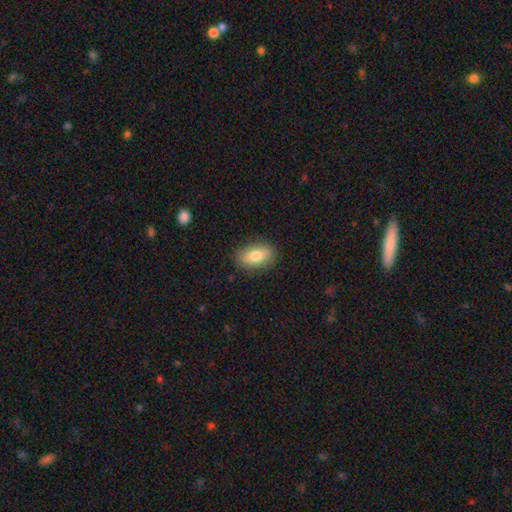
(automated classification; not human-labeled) This is likely a smooth galaxy (75%). How rounded: clearly in between (88%). Merging: clearly none (86%).